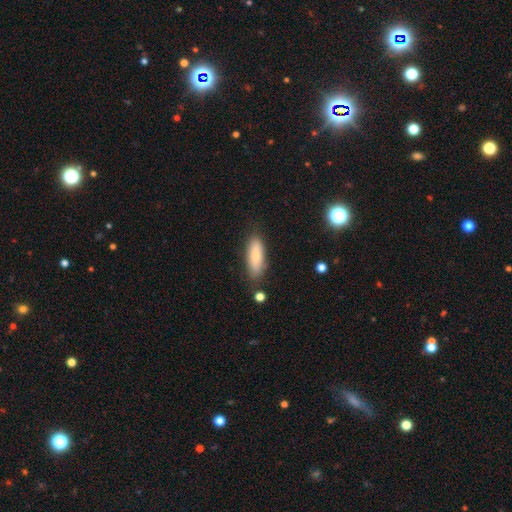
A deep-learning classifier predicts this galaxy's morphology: Smooth or featured: smooth — 78% (featured or disk — 16%)
How rounded: in between — 60% (cigar-shaped — 38%)
Merging: none — 78% (minor disturbance — 15%)